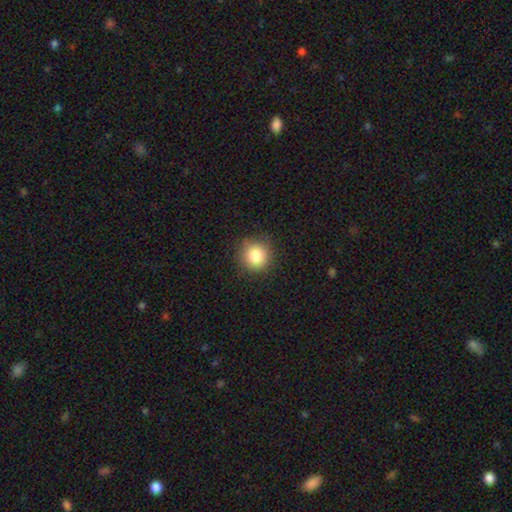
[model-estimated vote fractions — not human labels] A smooth galaxy with no disk features (85%) that is round (92%). Merging: none (88%).